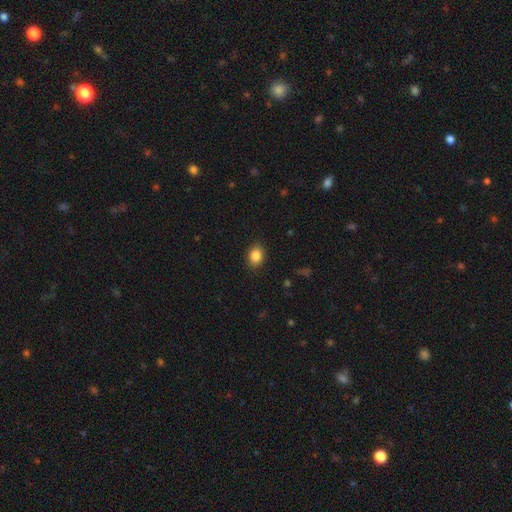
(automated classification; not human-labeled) smooth_or_featured: smooth (p=0.86) [alt: star or artifact p=0.09]
how_rounded: in between (p=0.63) [alt: round p=0.36]
merging: none (p=0.88) [alt: minor disturbance p=0.09]